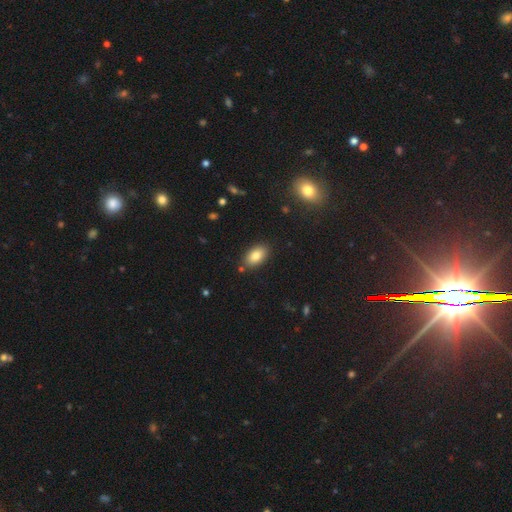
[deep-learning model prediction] Morphology: type=smooth (83%); roundness=in between (91%); merging=none (85%).